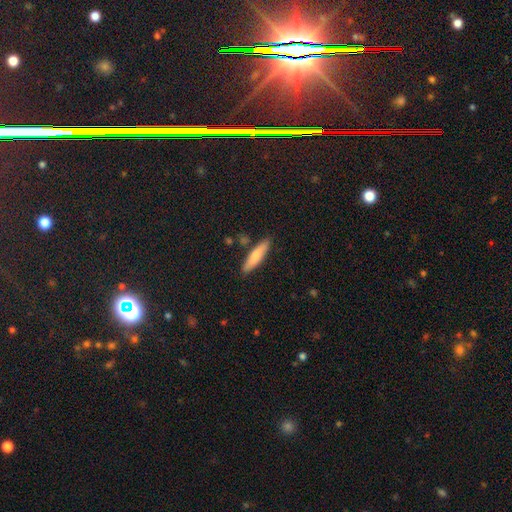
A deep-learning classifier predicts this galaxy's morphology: The model was most divided on "how rounded": cigar-shaped: 77%, in between: 21%, round: 2%. More confident: merging — none (85%); smooth or featured — smooth (77%).